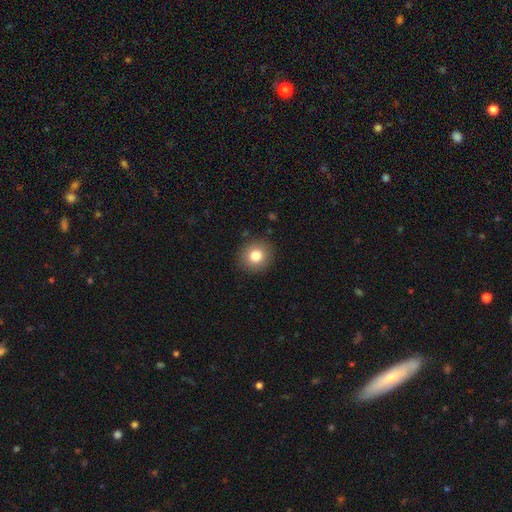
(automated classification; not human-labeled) smooth-or-featured: smooth: 81% | star or artifact: 10% | featured or disk: 9%
  how-rounded: round: 89% | in between: 10% | cigar-shaped: 1%
  merging: none: 90% | minor disturbance: 7% | major disturbance: 2% | merger: 1%